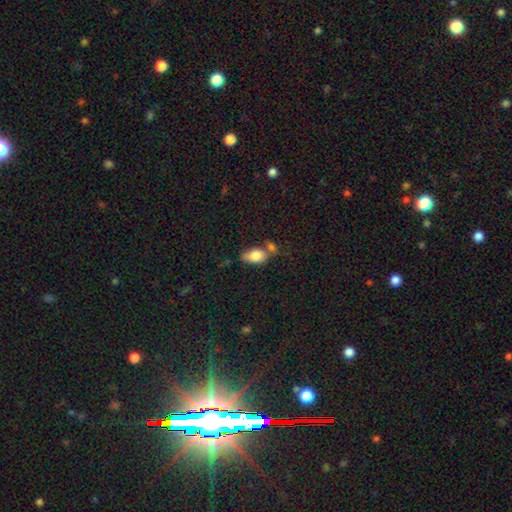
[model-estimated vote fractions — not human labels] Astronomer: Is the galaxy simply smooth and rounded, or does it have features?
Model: smooth — 80%.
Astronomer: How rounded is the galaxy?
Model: in between — 88%.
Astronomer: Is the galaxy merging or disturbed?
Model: none — 44% (runner-up: merger, 28%).